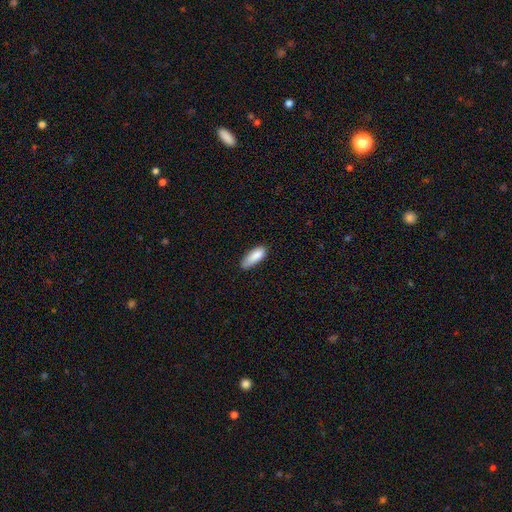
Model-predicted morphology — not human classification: smooth_or_featured: smooth (p=0.87) [alt: star or artifact p=0.07]
how_rounded: in between (p=0.69) [alt: cigar-shaped p=0.29]
merging: none (p=0.60) [alt: minor disturbance p=0.32]